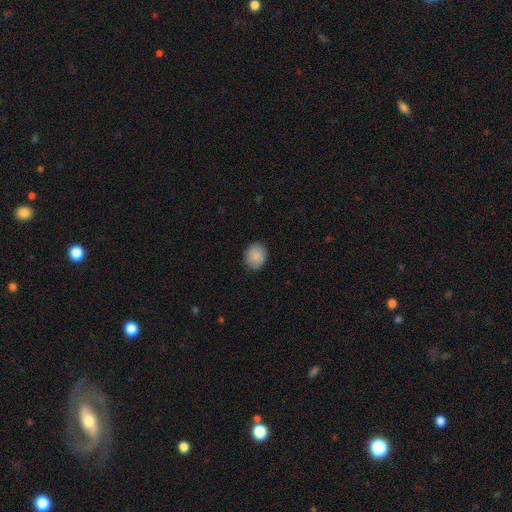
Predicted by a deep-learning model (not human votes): Q: Smooth or featured?
A: smooth (88%); runner-up: star or artifact (7%)
Q: How rounded?
A: round (60%); runner-up: in between (39%)
Q: Merging?
A: none (87%); runner-up: minor disturbance (10%)